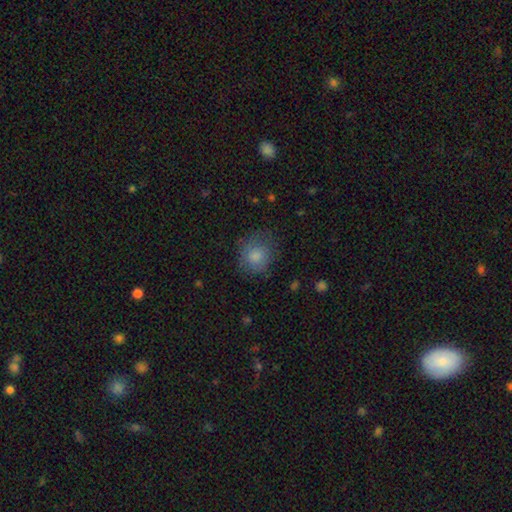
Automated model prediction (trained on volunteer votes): smooth 81%, featured or disk 10%, star or artifact 9%. Down the decision tree: how rounded — round (79%); merging — none (67%).